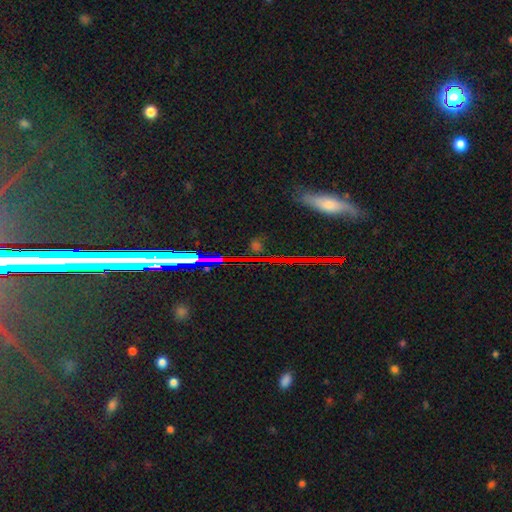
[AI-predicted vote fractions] This is likely a star or artifact rather than a galaxy (67%).